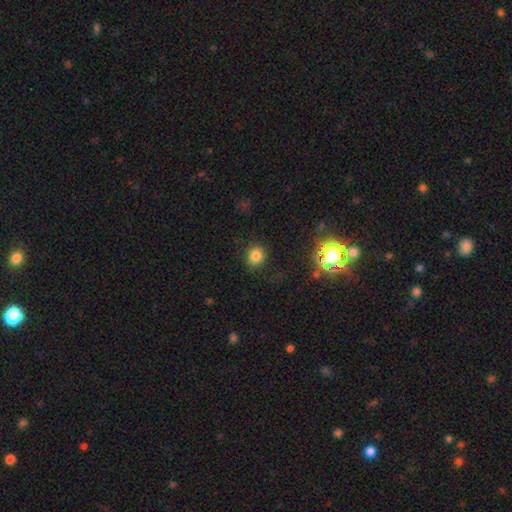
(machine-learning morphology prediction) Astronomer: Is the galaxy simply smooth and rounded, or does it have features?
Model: smooth — 79%.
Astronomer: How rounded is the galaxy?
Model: round — 82%.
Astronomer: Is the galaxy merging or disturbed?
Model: none — 85%.